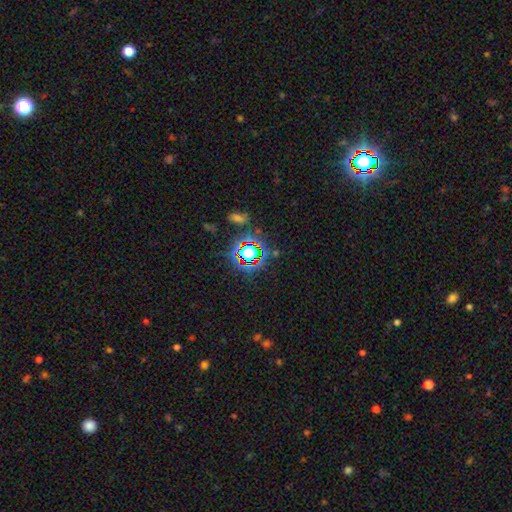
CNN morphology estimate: type=star or artifact (75%).